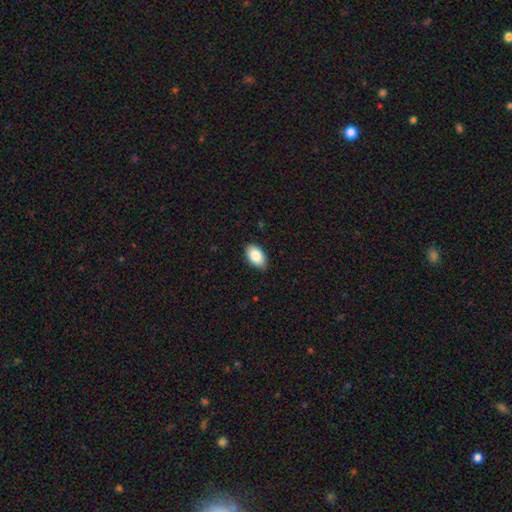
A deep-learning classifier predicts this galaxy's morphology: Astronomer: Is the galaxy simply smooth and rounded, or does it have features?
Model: smooth — 87%.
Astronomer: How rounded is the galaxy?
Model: in between — 94%.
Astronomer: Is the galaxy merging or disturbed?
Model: none — 86%.